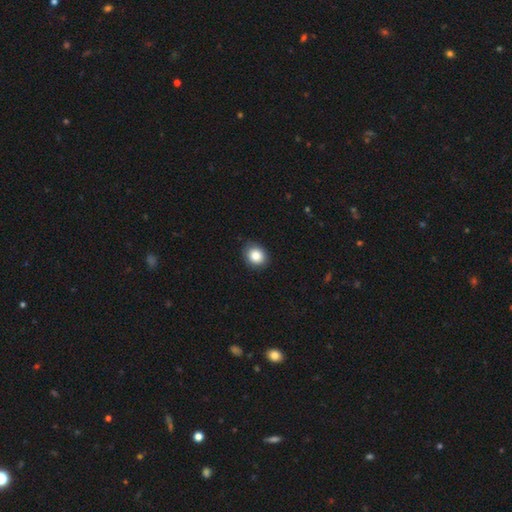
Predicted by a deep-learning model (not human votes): Morphology: type=smooth (85%); roundness=round (58%); merging=none (84%).